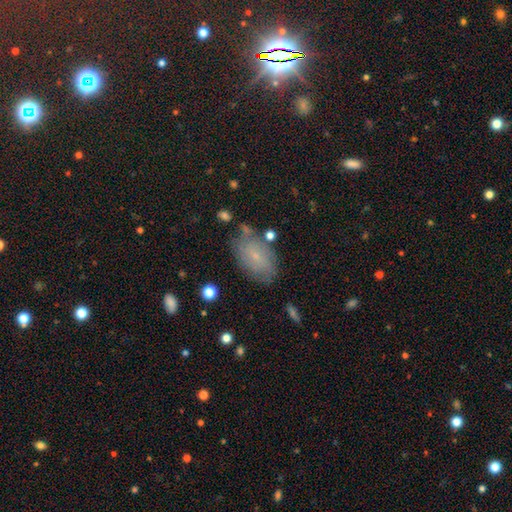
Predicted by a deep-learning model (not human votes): Smooth or featured?
  - smooth: 52% *
  - featured or disk: 36%
  - star or artifact: 12%
How rounded?
  - in between: 90% *
  - round: 8%
  - cigar-shaped: 2%
Merging?
  - none: 68% *
  - minor disturbance: 21%
  - major disturbance: 7%
  - merger: 4%